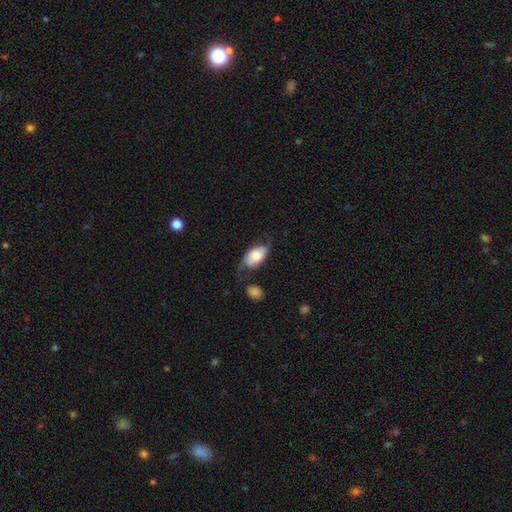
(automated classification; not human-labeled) smooth-or-featured: smooth: 57% | featured or disk: 36% | star or artifact: 7%
  how-rounded: in between: 91% | round: 6% | cigar-shaped: 2%
  merging: none: 38% | minor disturbance: 32% | major disturbance: 24% | merger: 6%